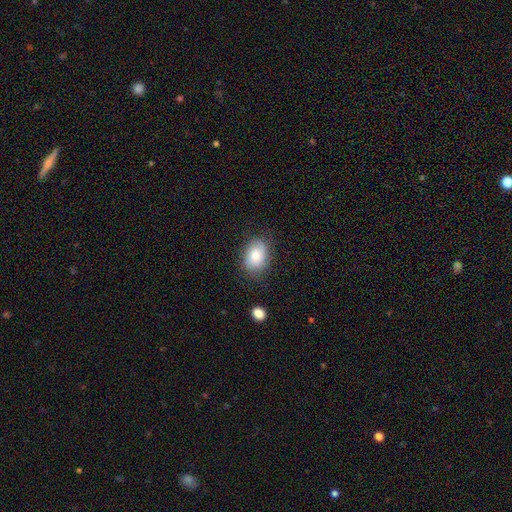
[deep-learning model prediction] This appears to be a smooth galaxy with no disk features (73%) that is in between round and cigar-shaped (73%). Merging: none (74%).